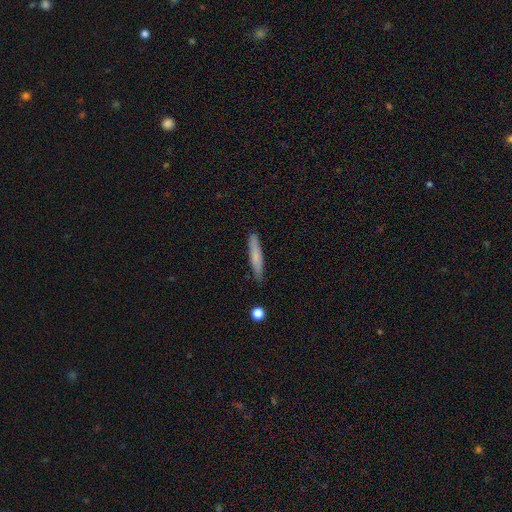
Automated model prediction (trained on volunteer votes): A smooth galaxy with no disk features (71%) that is cigar-shaped (92%).

Vote fractions:
- Smooth or featured? smooth: 71% / featured or disk: 23% / star or artifact: 6%
- How rounded? cigar-shaped: 92% / in between: 6% / round: 1%
- Merging? none: 85% / minor disturbance: 11% / major disturbance: 2% / merger: 2%